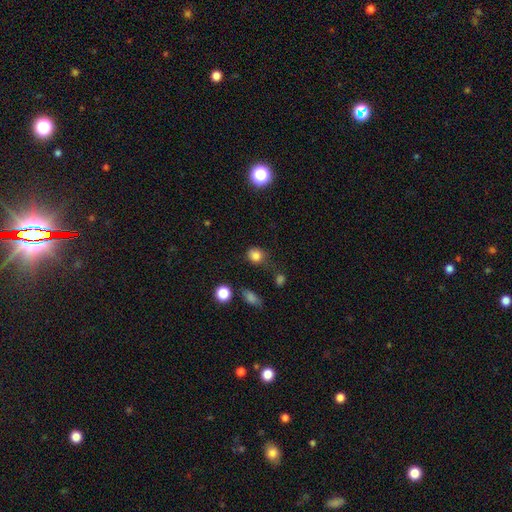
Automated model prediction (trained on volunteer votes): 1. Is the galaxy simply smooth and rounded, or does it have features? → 82% smooth, 12% star or artifact, 5% featured or disk.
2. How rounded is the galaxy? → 74% round, 25% in between, 1% cigar-shaped.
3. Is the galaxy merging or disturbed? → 67% none, 22% minor disturbance, 7% major disturbance, 4% merger.